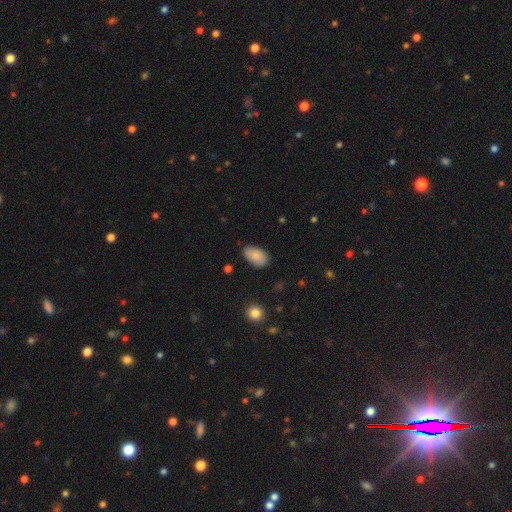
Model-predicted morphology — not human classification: This is clearly a smooth galaxy (84%). How rounded: clearly in between (93%). Merging: likely none (76%).